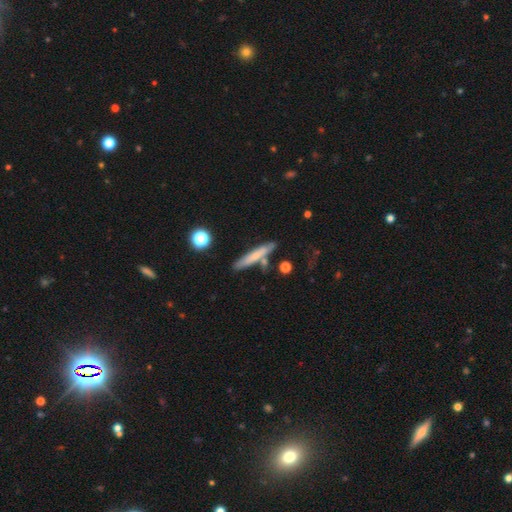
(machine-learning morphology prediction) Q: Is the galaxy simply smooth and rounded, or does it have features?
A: smooth — 62%.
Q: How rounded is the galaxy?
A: cigar-shaped — 90%.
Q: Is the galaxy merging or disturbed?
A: none — 72%.